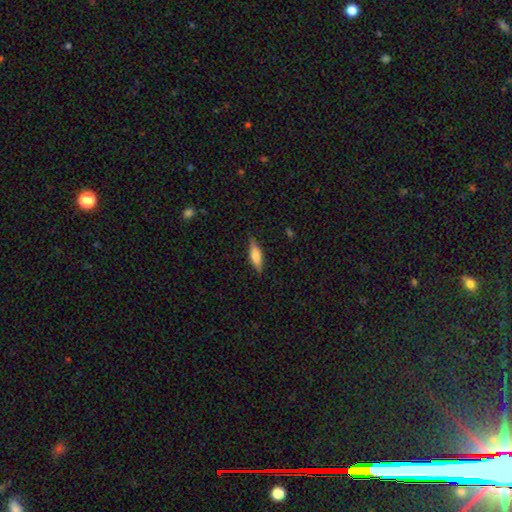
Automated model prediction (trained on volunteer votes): A smooth galaxy with no disk features (63%) that is cigar-shaped (52%).

Vote fractions:
- Smooth or featured? smooth: 63% / featured or disk: 30% / star or artifact: 7%
- How rounded? cigar-shaped: 52% / in between: 45% / round: 2%
- Merging? none: 82% / minor disturbance: 14% / major disturbance: 3% / merger: 1%